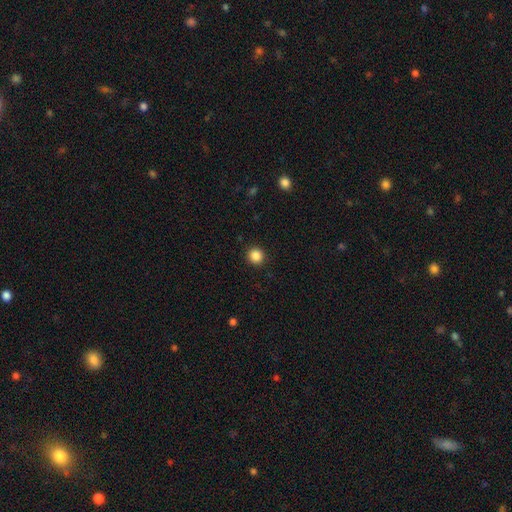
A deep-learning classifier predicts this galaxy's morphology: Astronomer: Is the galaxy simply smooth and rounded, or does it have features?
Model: smooth — 86%.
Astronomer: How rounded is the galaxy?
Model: round — 91%.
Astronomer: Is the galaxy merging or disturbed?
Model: none — 92%.